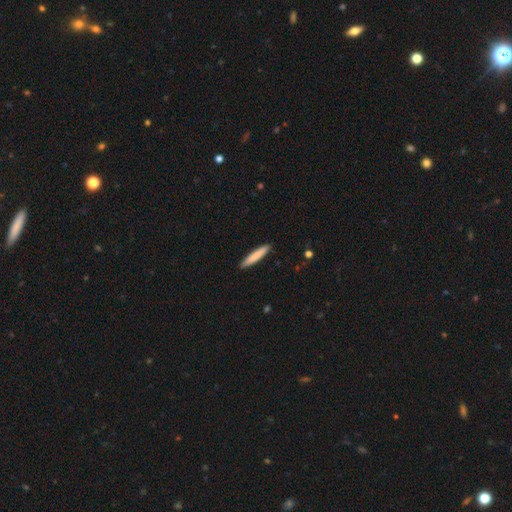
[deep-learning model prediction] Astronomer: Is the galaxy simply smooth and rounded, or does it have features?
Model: smooth — 82%.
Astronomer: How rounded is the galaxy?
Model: cigar-shaped — 92%.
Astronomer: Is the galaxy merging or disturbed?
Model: none — 91%.